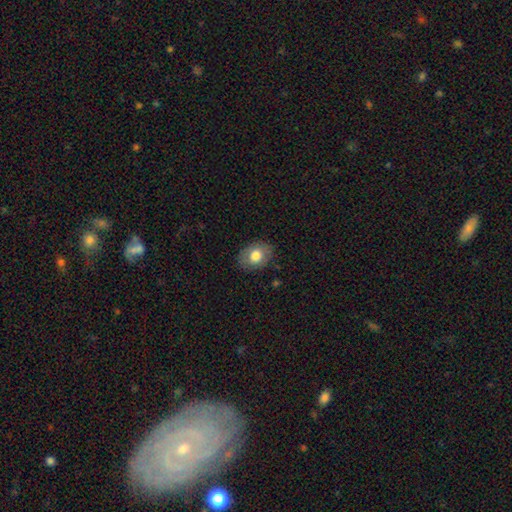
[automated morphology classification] Smooth or featured? Predicted: smooth (p=0.76). How rounded? Predicted: in between (p=0.67). Merging? Predicted: none (p=0.83).